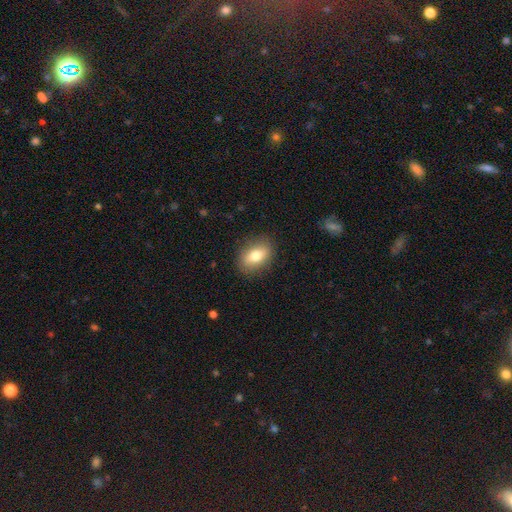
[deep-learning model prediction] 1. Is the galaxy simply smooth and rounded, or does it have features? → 73% smooth, 19% featured or disk, 8% star or artifact.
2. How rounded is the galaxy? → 80% in between, 17% round, 3% cigar-shaped.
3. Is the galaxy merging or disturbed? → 86% none, 10% minor disturbance, 3% major disturbance, 1% merger.